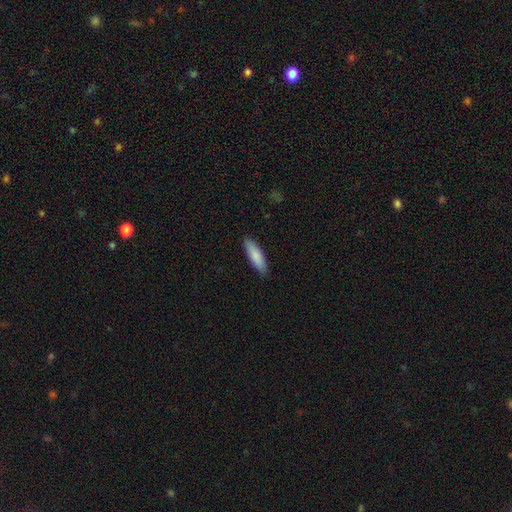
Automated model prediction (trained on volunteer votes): Q: Smooth or featured?
A: smooth (85%); runner-up: featured or disk (10%)
Q: How rounded?
A: cigar-shaped (54%); runner-up: in between (45%)
Q: Merging?
A: none (88%); runner-up: minor disturbance (9%)